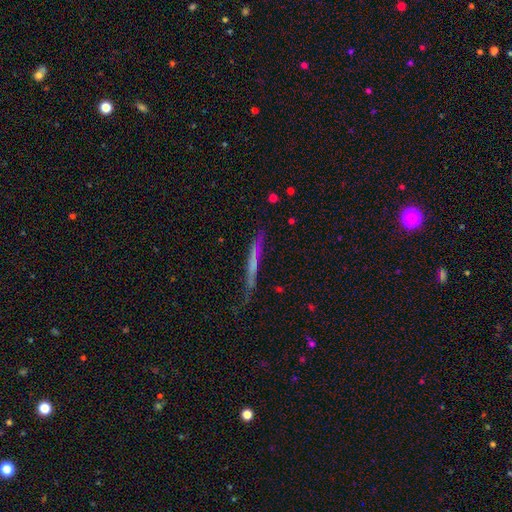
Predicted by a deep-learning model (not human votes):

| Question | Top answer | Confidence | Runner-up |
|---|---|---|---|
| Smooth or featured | featured or disk | 49% | smooth (40%) |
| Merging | none | 76% | minor disturbance (17%) |